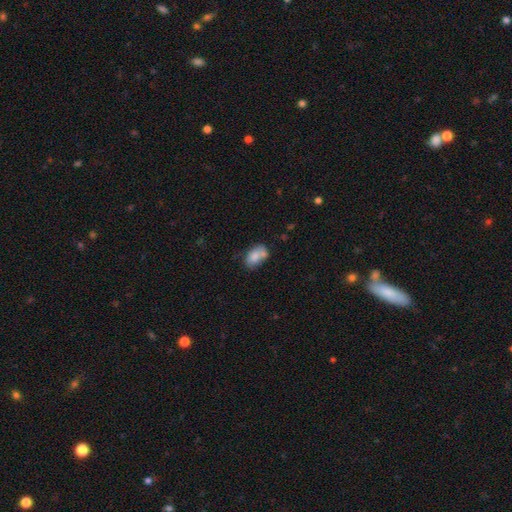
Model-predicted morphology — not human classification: smooth_or_featured: smooth (p=0.77) [alt: featured or disk p=0.15]
how_rounded: in between (p=0.87) [alt: round p=0.12]
merging: none (p=0.41) [alt: merger p=0.33]